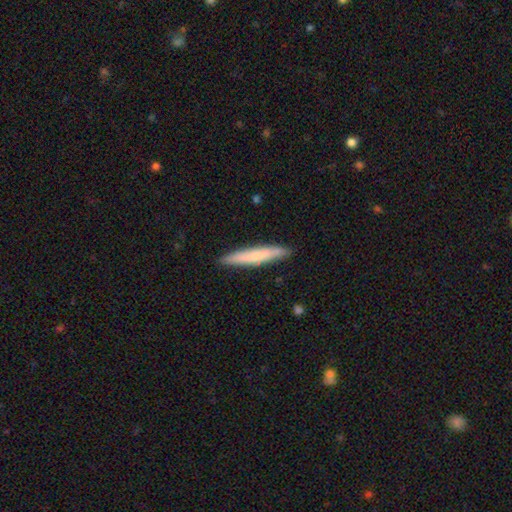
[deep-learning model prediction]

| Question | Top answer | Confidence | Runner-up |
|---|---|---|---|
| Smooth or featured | smooth | 69% | featured or disk (25%) |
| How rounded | cigar-shaped | 94% | in between (5%) |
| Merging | none | 90% | minor disturbance (7%) |